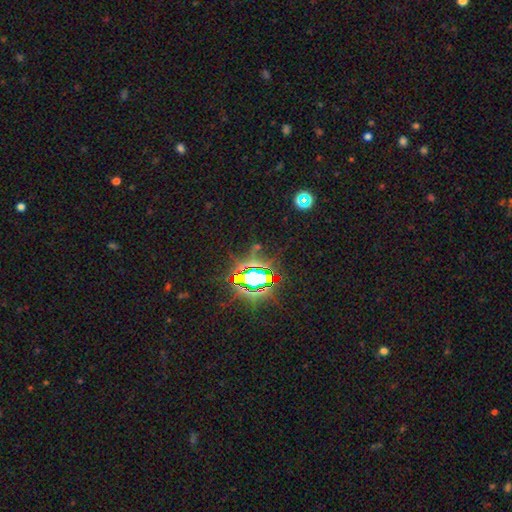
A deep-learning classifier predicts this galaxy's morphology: star or artifact 83%, smooth 10%, featured or disk 8%.